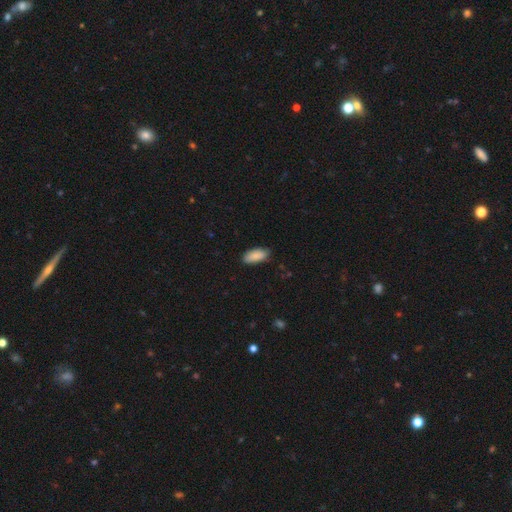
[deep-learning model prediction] A smooth galaxy with no disk features (89%) that is in between round and cigar-shaped (89%). Merging: none (80%).